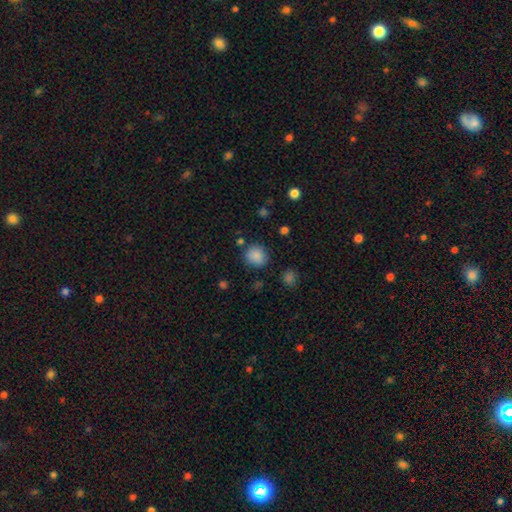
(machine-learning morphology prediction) Q: Smooth or featured?
A: smooth (86%); runner-up: star or artifact (10%)
Q: How rounded?
A: round (86%); runner-up: in between (13%)
Q: Merging?
A: none (83%); runner-up: minor disturbance (10%)